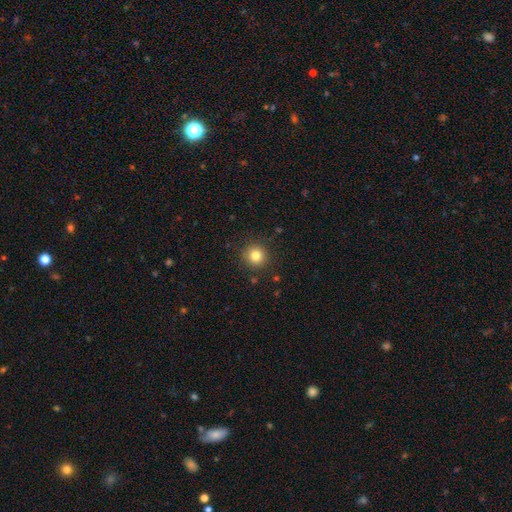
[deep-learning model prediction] Morphology: type=smooth (81%); roundness=round (94%); merging=none (90%).